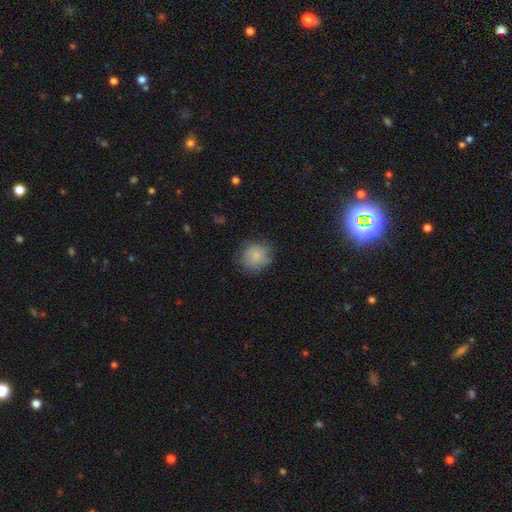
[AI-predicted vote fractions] This is clearly a smooth galaxy (82%). How rounded: clearly round (84%). Merging: likely none (73%).